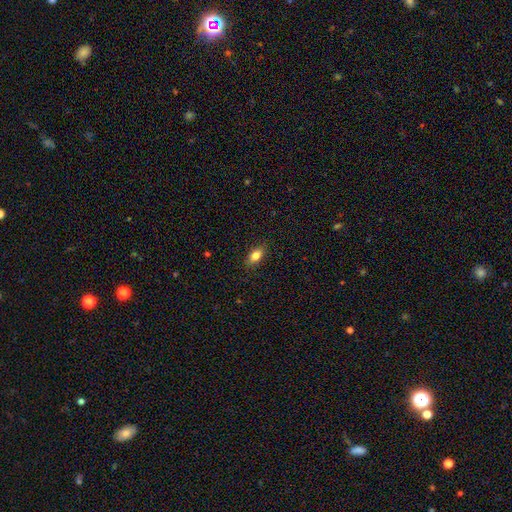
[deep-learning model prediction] This appears to be a smooth galaxy with no disk features (82%) that is in between round and cigar-shaped (86%). Merging: none (87%).